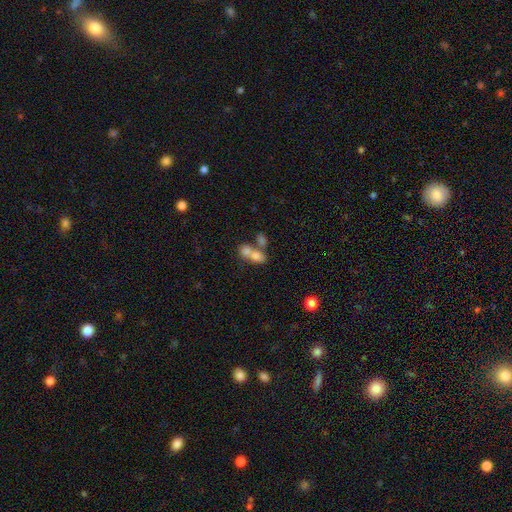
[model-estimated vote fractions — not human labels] This appears to be a smooth galaxy with no disk features (71%) that is in between round and cigar-shaped (69%). Merging: merger (65%).